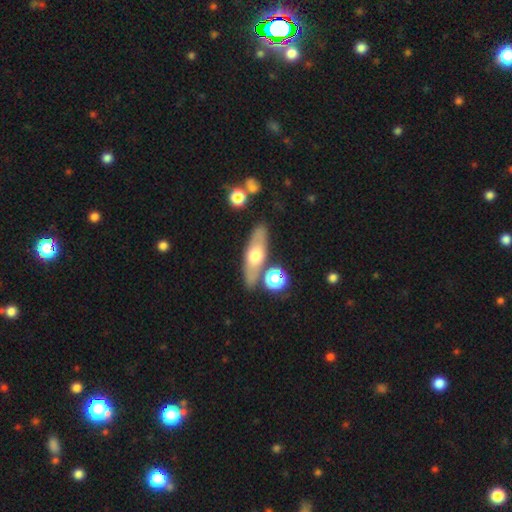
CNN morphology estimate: smooth-or-featured: featured or disk: 47% | smooth: 46% | star or artifact: 7%
  merging: none: 78% | minor disturbance: 10% | merger: 9% | major disturbance: 3%